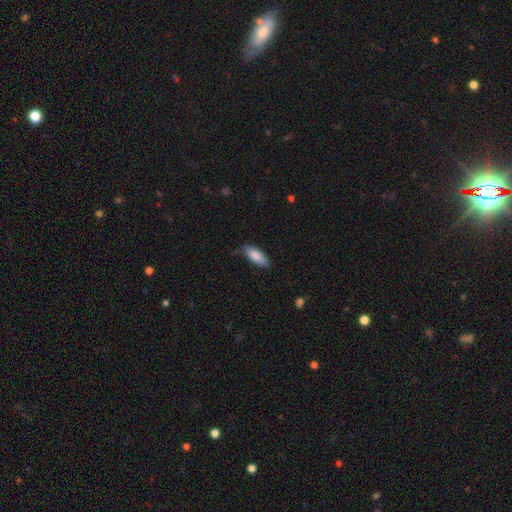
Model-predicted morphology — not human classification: type=smooth (86%); roundness=in between (74%); merging=none (75%).